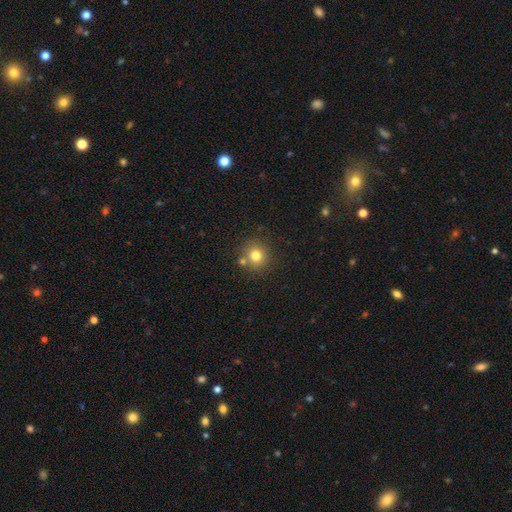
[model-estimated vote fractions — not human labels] Smooth or featured?
  - smooth: 78% *
  - star or artifact: 13%
  - featured or disk: 9%
How rounded?
  - round: 89% *
  - in between: 10%
  - cigar-shaped: 1%
Merging?
  - none: 75% *
  - merger: 13%
  - minor disturbance: 9%
  - major disturbance: 3%